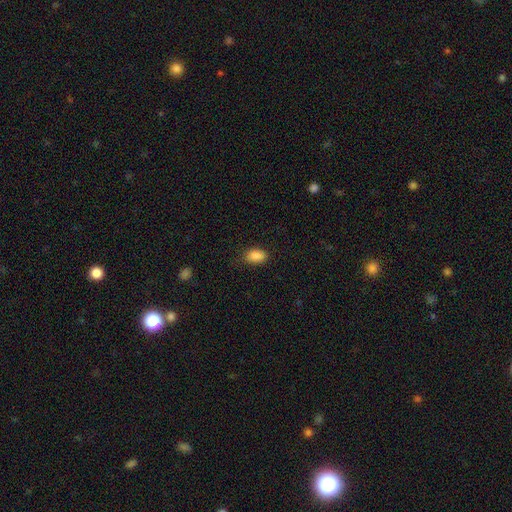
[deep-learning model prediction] Smooth or featured: smooth — 88% (star or artifact — 8%)
How rounded: in between — 89% (round — 10%)
Merging: none — 78% (minor disturbance — 17%)